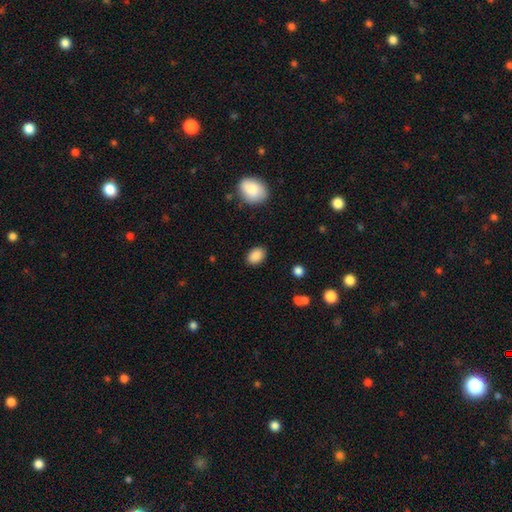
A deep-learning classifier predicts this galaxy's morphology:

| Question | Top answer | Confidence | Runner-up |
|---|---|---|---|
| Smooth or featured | smooth | 88% | star or artifact (8%) |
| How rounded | in between | 80% | round (19%) |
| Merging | none | 87% | minor disturbance (9%) |